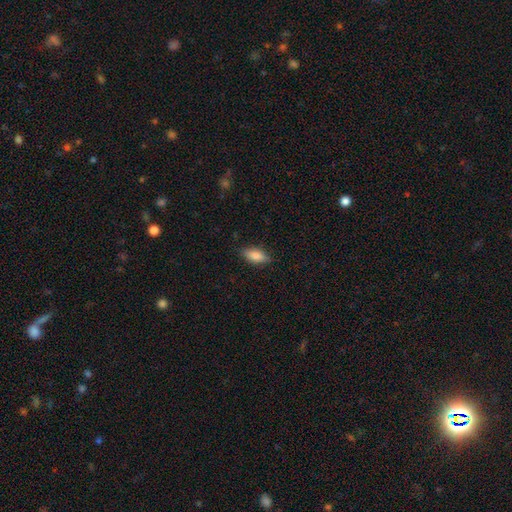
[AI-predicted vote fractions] Smooth or featured: smooth — 83% (featured or disk — 10%)
How rounded: in between — 82% (cigar-shaped — 15%)
Merging: none — 83% (minor disturbance — 13%)